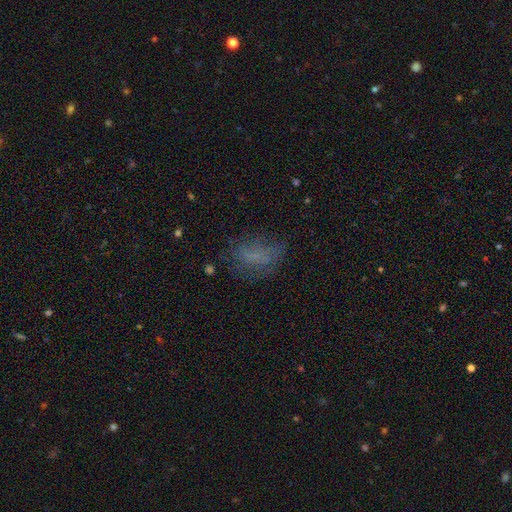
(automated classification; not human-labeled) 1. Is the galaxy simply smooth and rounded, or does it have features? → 58% smooth, 23% featured or disk, 19% star or artifact.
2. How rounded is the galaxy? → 82% in between, 11% round, 6% cigar-shaped.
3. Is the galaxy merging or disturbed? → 53% none, 23% minor disturbance, 21% major disturbance, 2% merger.